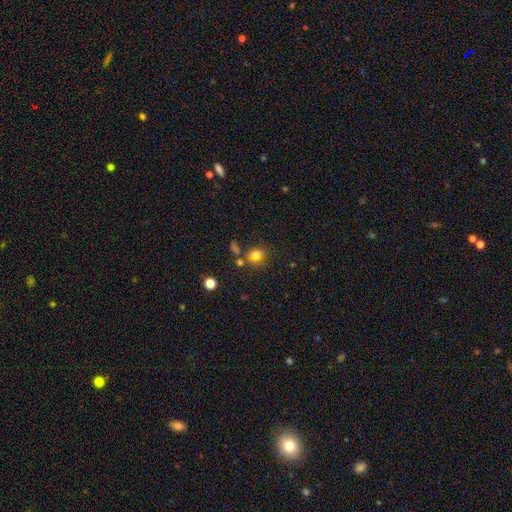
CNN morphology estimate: Overall: smooth (66%). How rounded: in between (52%; round 46%). Merging: none (59%).